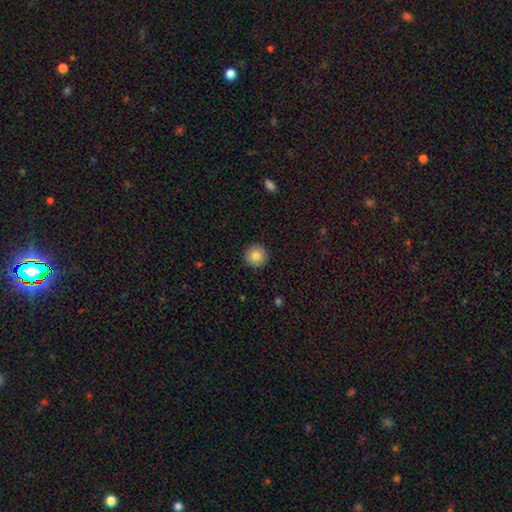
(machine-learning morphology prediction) Smooth or featured: smooth — 85% (star or artifact — 8%)
How rounded: round — 95% (in between — 4%)
Merging: none — 92% (minor disturbance — 5%)